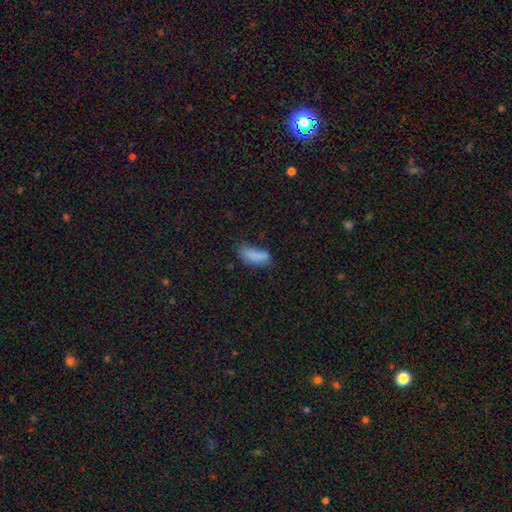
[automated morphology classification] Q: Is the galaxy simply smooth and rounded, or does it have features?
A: smooth — 82%.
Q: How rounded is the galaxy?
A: in between — 77%.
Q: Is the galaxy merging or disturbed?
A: none — 48%.